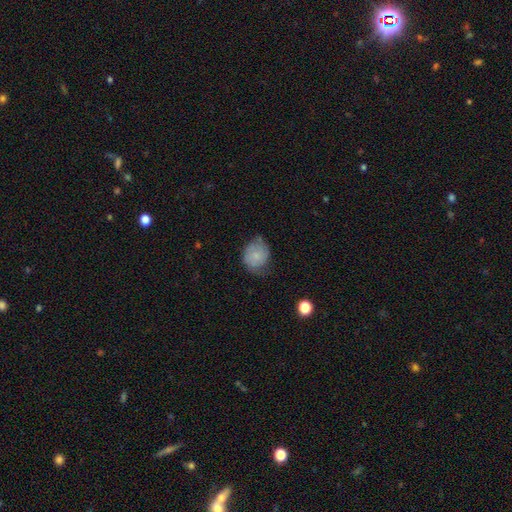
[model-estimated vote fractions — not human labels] Smooth or featured?
  - smooth: 66% *
  - featured or disk: 26%
  - star or artifact: 8%
How rounded?
  - round: 66% *
  - in between: 33%
  - cigar-shaped: 1%
Merging?
  - none: 51% *
  - minor disturbance: 36%
  - major disturbance: 11%
  - merger: 2%